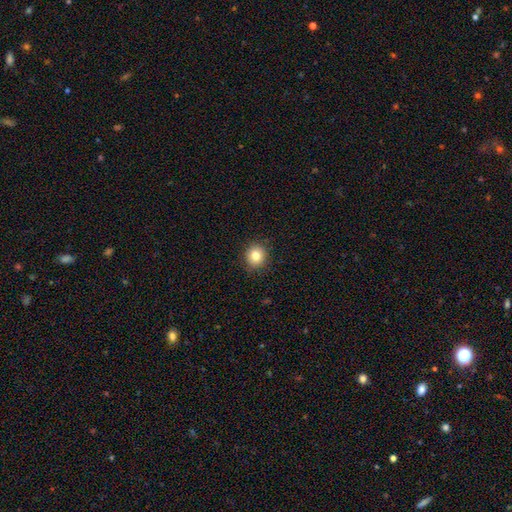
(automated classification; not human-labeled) A smooth galaxy with no disk features (82%) that is round (88%). Merging: none (91%).